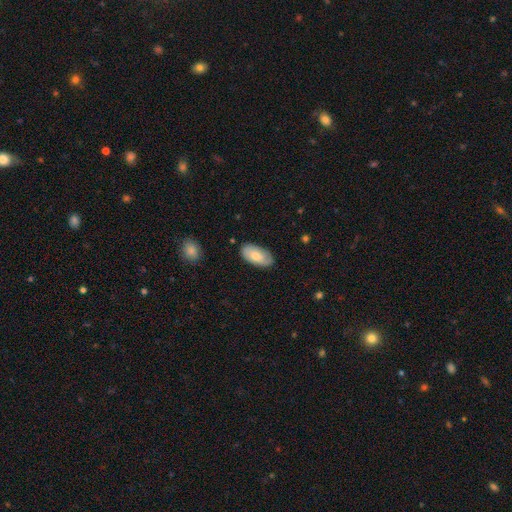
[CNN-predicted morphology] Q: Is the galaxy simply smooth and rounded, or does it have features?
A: smooth — 70%.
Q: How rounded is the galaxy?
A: in between — 94%.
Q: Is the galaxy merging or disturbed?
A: none — 81%.